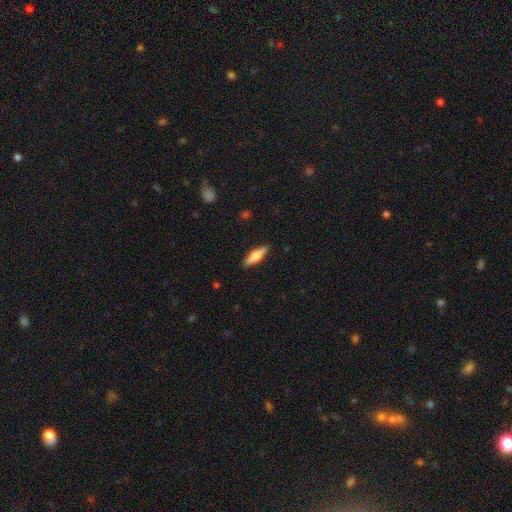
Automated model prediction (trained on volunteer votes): This appears to be a smooth galaxy with no disk features (54%) that is cigar-shaped (54%). Merging: none (90%).